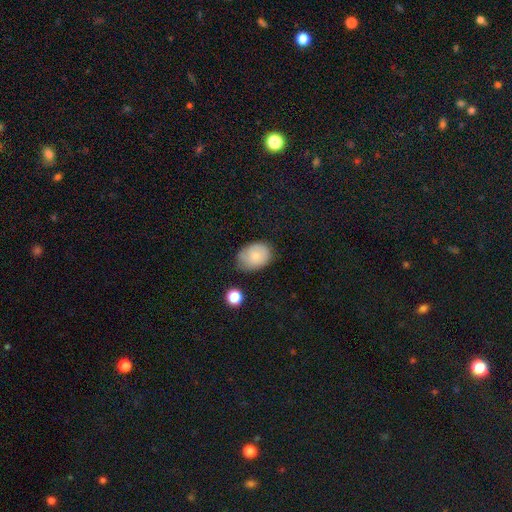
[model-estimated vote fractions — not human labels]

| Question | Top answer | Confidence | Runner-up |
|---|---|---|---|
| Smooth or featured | smooth | 76% | featured or disk (15%) |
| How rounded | in between | 71% | round (28%) |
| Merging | none | 60% | minor disturbance (30%) |